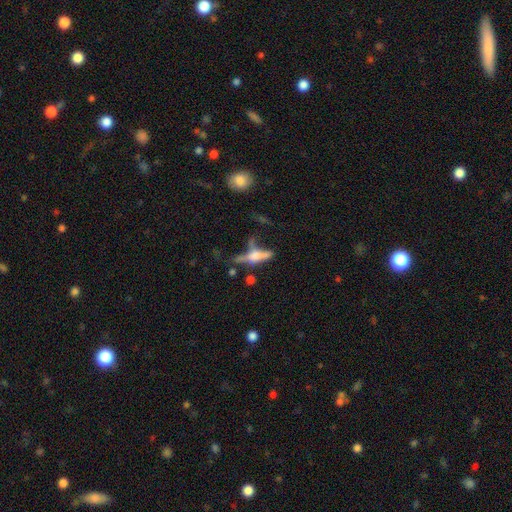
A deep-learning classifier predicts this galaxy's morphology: Q: Smooth or featured?
A: featured or disk (52%); runner-up: smooth (36%)
Q: Edge-on disk?
A: yes (75%); runner-up: no (25%)
Q: Merging?
A: none (37%); runner-up: major disturbance (26%)